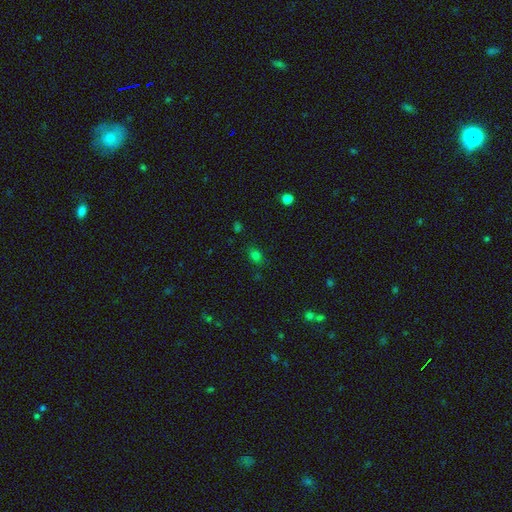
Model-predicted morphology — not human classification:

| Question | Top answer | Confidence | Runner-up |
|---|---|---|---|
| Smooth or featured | smooth | 73% | star or artifact (20%) |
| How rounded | in between | 55% | round (43%) |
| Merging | none | 80% | minor disturbance (14%) |